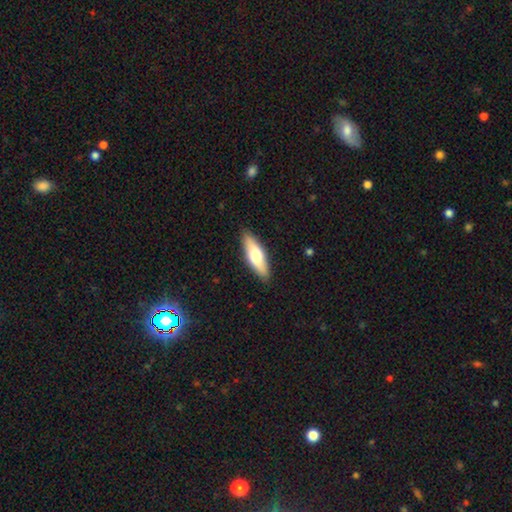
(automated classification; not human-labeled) A smooth galaxy with no disk features (64%) that is in between round and cigar-shaped (50%). Merging: none (88%).